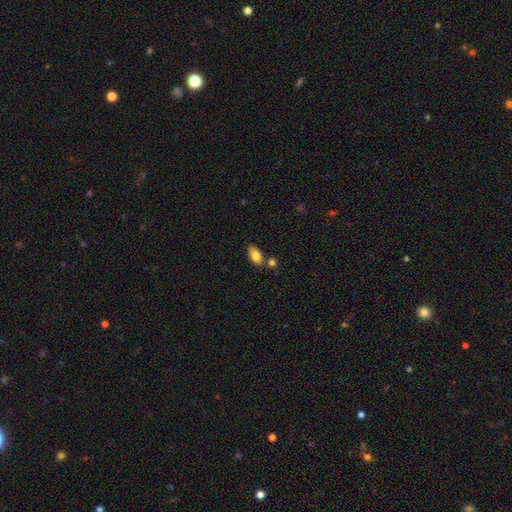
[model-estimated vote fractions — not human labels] Smooth or featured: smooth — 82% (featured or disk — 10%)
How rounded: in between — 90% (cigar-shaped — 5%)
Merging: none — 69% (merger — 14%)